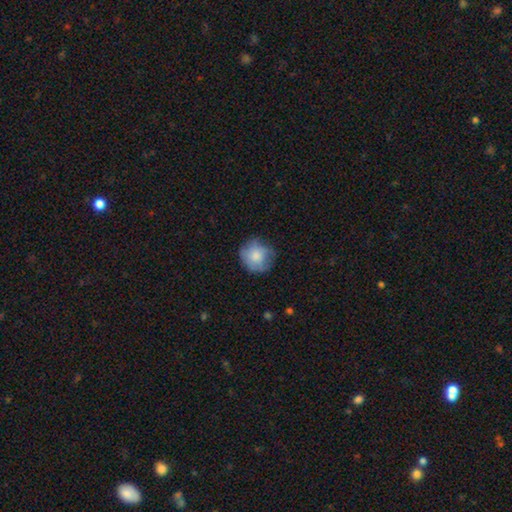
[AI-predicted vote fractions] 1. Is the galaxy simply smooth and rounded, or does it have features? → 76% smooth, 17% featured or disk, 7% star or artifact.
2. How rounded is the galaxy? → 89% round, 10% in between, 1% cigar-shaped.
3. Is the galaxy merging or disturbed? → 71% none, 21% minor disturbance, 7% major disturbance, 1% merger.